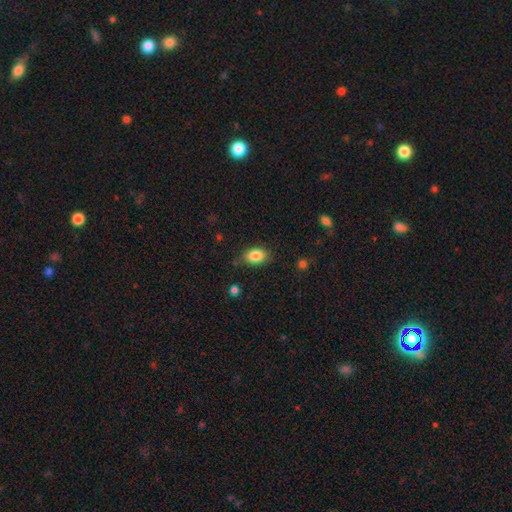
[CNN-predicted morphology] Smooth or featured?
  - smooth: 86% *
  - star or artifact: 8%
  - featured or disk: 6%
How rounded?
  - in between: 85% *
  - round: 13%
  - cigar-shaped: 2%
Merging?
  - none: 80% *
  - minor disturbance: 15%
  - major disturbance: 3%
  - merger: 2%